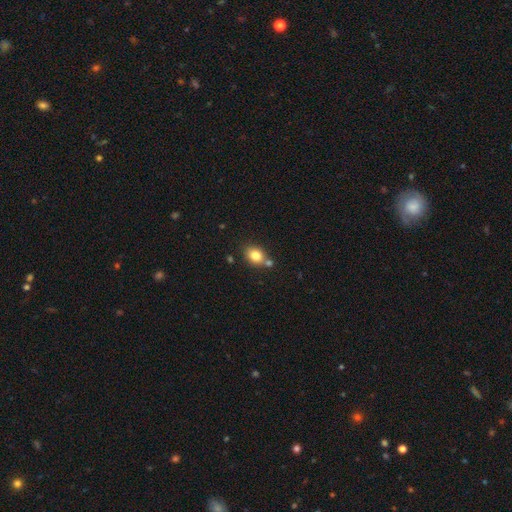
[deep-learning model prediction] Morphology: type=smooth (80%); roundness=in between (55%); merging=none (63%).